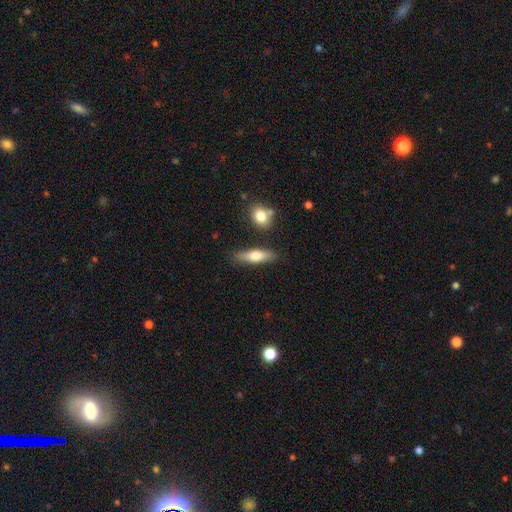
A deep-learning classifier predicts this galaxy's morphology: This is possibly a smooth galaxy (59%). How rounded: likely cigar-shaped (64%). Merging: clearly none (81%).